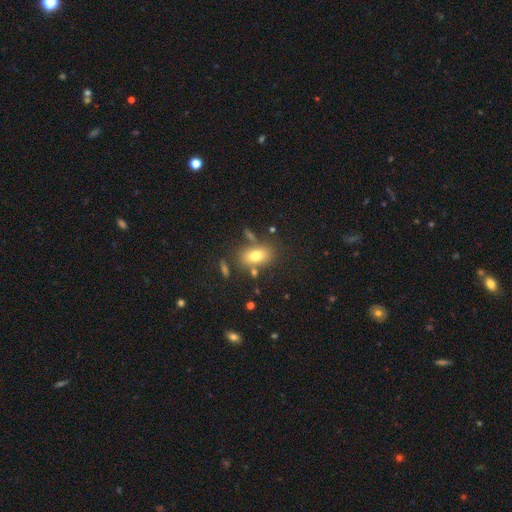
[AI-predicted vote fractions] The model was most divided on "merging": none: 70%, minor disturbance: 14%, merger: 10%, major disturbance: 5%. More confident: how rounded — in between (83%); smooth or featured — smooth (75%).